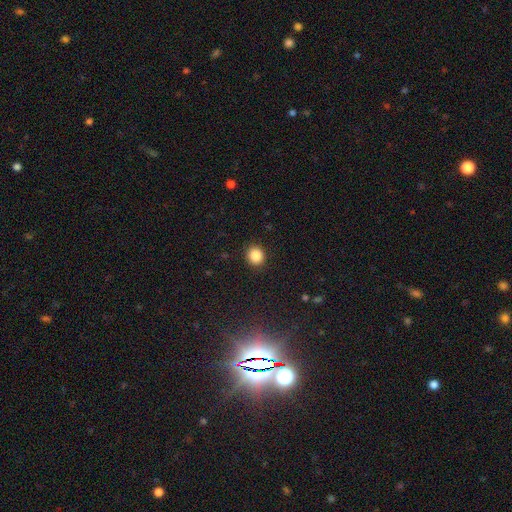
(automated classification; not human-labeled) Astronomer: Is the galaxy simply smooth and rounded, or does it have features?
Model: smooth — 87%.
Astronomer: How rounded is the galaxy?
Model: round — 84%.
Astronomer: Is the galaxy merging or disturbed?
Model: none — 91%.